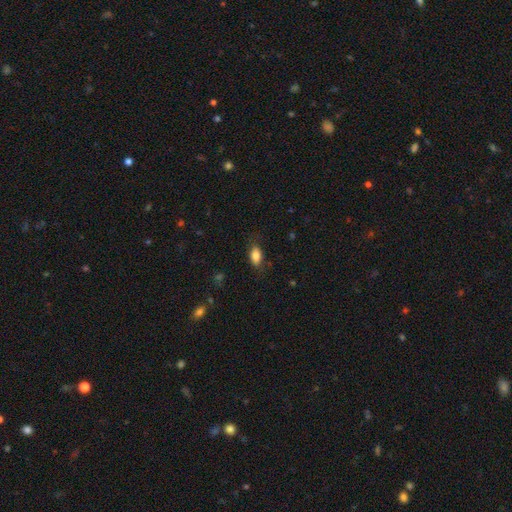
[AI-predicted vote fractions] smooth_or_featured: smooth (p=0.83) [alt: featured or disk p=0.09]
how_rounded: in between (p=0.89) [alt: round p=0.08]
merging: none (p=0.79) [alt: minor disturbance p=0.16]